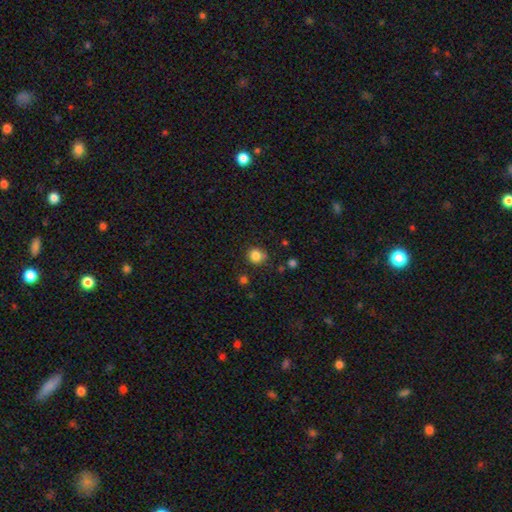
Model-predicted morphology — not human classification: smooth-or-featured: smooth: 84% | star or artifact: 12% | featured or disk: 5%
  how-rounded: round: 88% | in between: 11% | cigar-shaped: 1%
  merging: none: 79% | minor disturbance: 13% | merger: 4% | major disturbance: 3%